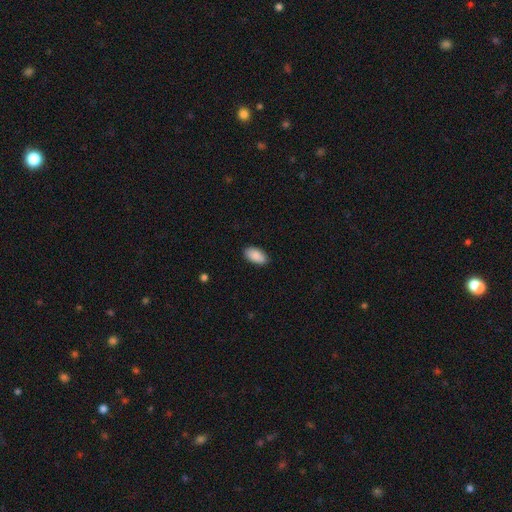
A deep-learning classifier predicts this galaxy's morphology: smooth 90%, star or artifact 6%, featured or disk 4%. Down the decision tree: how rounded — in between (94%); merging — none (86%).